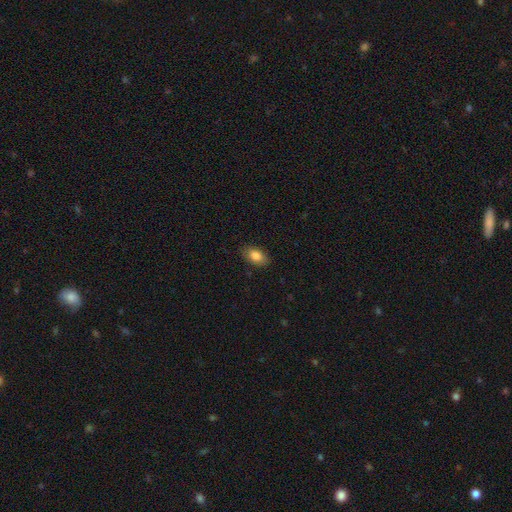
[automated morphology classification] A smooth galaxy with no disk features (84%) that is in between round and cigar-shaped (91%).

Vote fractions:
- Smooth or featured? smooth: 84% / featured or disk: 9% / star or artifact: 7%
- How rounded? in between: 91% / round: 6% / cigar-shaped: 2%
- Merging? none: 86% / minor disturbance: 11% / major disturbance: 2% / merger: 1%